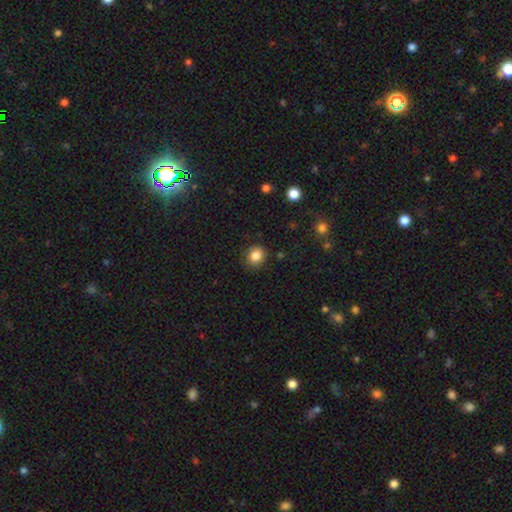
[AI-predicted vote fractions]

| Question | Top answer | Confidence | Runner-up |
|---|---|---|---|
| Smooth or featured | smooth | 84% | star or artifact (10%) |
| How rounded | round | 73% | in between (27%) |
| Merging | none | 85% | minor disturbance (11%) |